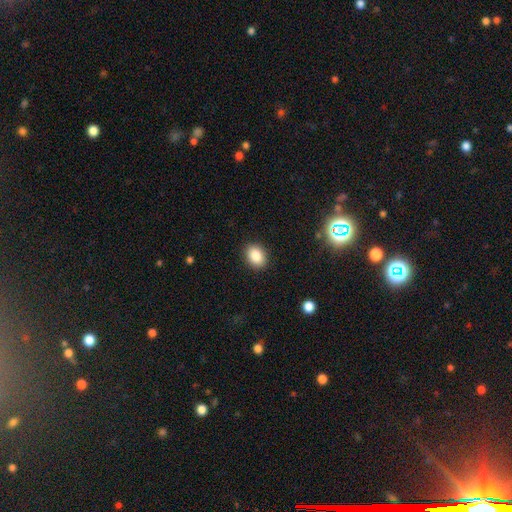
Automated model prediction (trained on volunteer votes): A smooth galaxy with no disk features (87%) that is in between round and cigar-shaped (67%). Merging: none (90%).